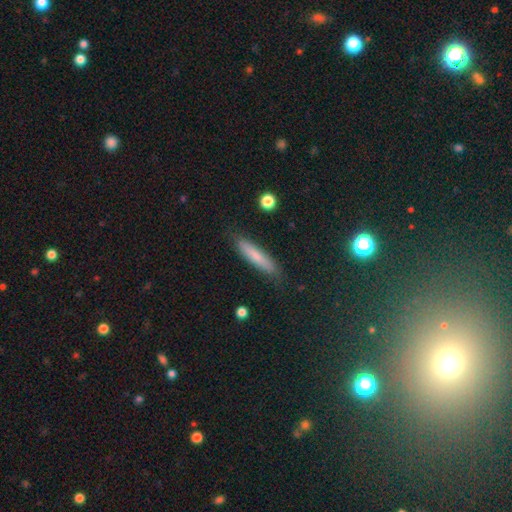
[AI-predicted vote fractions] Morphology: type=smooth (74%); roundness=cigar-shaped (87%); merging=none (83%).